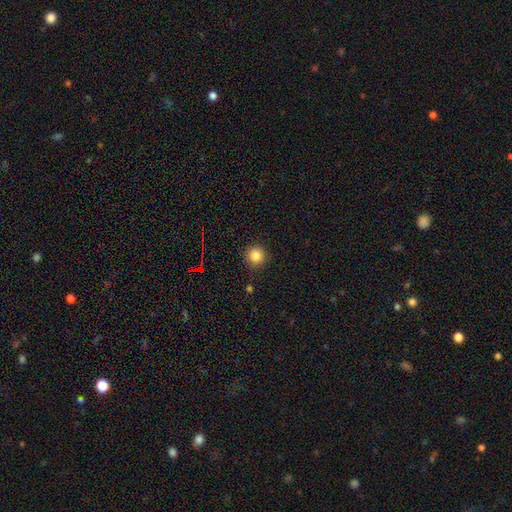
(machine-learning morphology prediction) A smooth galaxy with no disk features (83%) that is round (93%). Merging: none (89%).